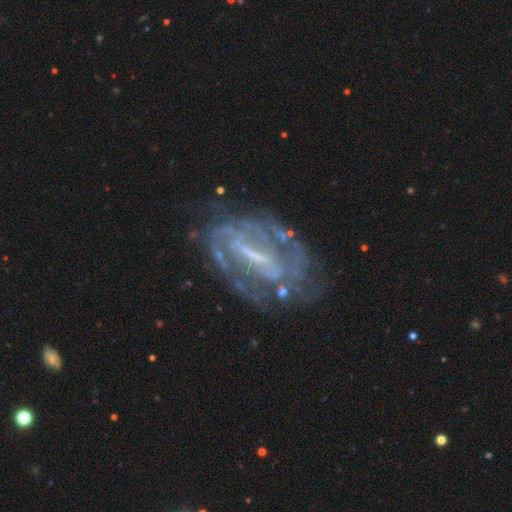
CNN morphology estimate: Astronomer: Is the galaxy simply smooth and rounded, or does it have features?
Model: featured or disk — 83%.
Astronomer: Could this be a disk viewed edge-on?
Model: no — 94%.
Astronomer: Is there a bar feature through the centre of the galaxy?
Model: strong — 53% (runner-up: weak, 34%).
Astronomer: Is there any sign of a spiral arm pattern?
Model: yes — 77%.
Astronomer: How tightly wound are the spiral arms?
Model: tight — 50% (runner-up: medium, 36%).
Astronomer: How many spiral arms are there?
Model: can't tell — 47% (runner-up: 2, 30%).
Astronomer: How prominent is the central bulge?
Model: small — 46% (runner-up: none, 27%).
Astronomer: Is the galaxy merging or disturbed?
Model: none — 62%.